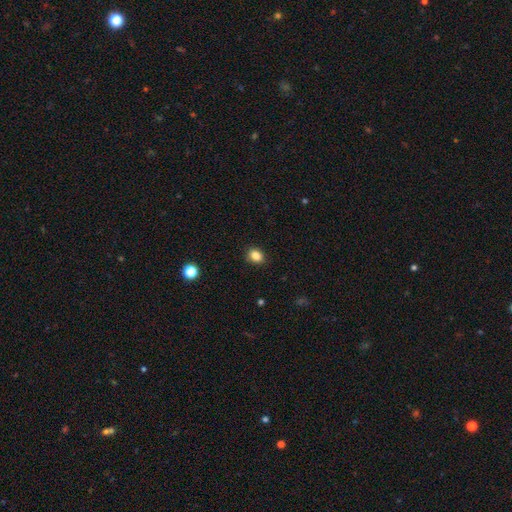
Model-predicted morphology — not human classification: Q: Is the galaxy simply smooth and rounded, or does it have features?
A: smooth — 85%.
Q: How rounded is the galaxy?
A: in between — 53%.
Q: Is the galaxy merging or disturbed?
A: none — 88%.